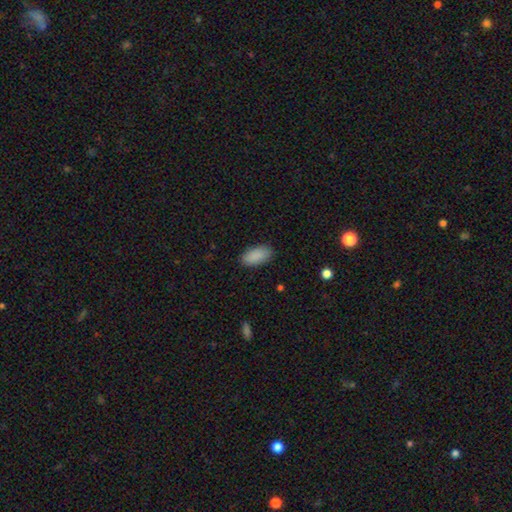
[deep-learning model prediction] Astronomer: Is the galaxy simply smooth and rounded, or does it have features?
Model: smooth — 90%.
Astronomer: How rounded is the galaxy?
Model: in between — 93%.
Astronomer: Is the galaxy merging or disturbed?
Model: none — 88%.